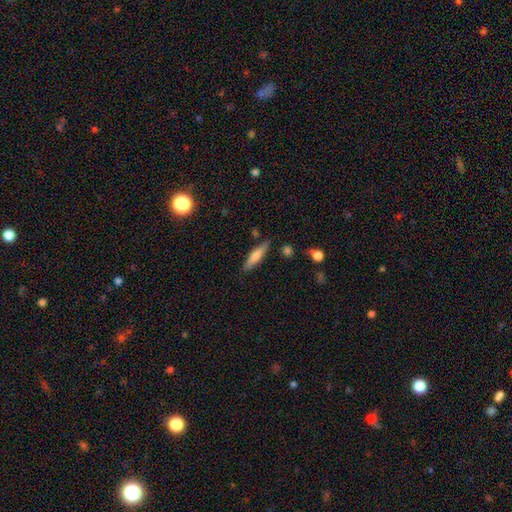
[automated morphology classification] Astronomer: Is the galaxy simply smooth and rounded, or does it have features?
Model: smooth — 69%.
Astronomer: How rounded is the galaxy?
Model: cigar-shaped — 76%.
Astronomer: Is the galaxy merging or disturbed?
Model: none — 82%.